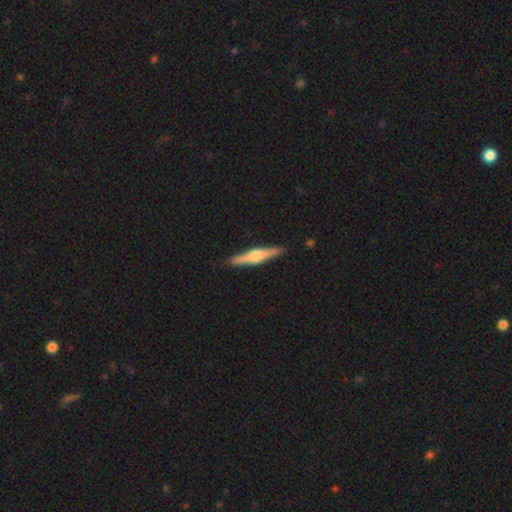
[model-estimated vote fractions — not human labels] Q: Smooth or featured?
A: featured or disk (69%); runner-up: smooth (26%)
Q: Edge-on disk?
A: yes (98%); runner-up: no (2%)
Q: Edge-on bulge?
A: rounded (91%); runner-up: boxy (6%)
Q: Merging?
A: none (91%); runner-up: minor disturbance (7%)